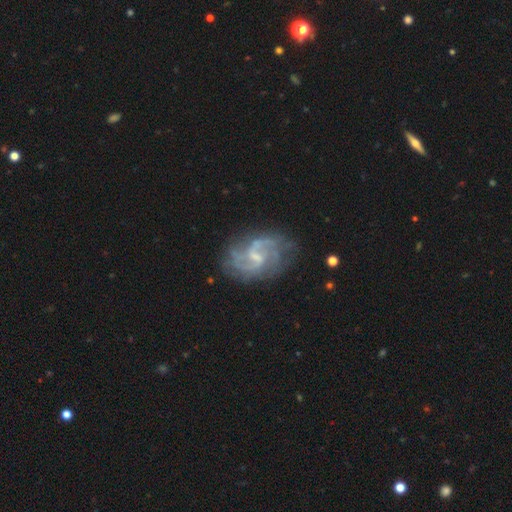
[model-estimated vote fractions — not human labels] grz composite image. It shows a featured or disk galaxy (85%) with a weak bar (62%), 2 (55%) medium (46%) spiral arms (93%) and a small central bulge (52%). Merging: none (68%).